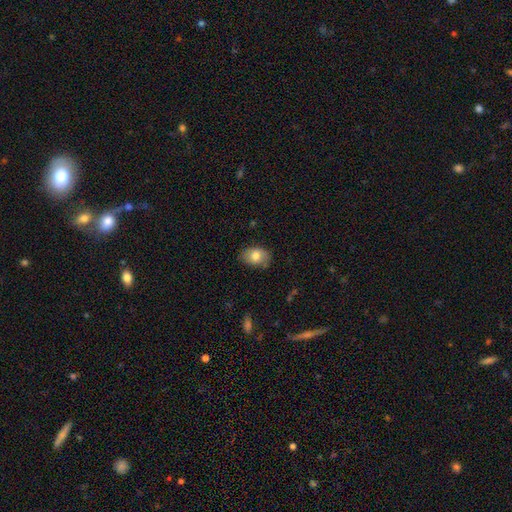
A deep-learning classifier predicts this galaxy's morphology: This appears to be a smooth galaxy with no disk features (77%) that is in between round and cigar-shaped (80%). Merging: none (73%).